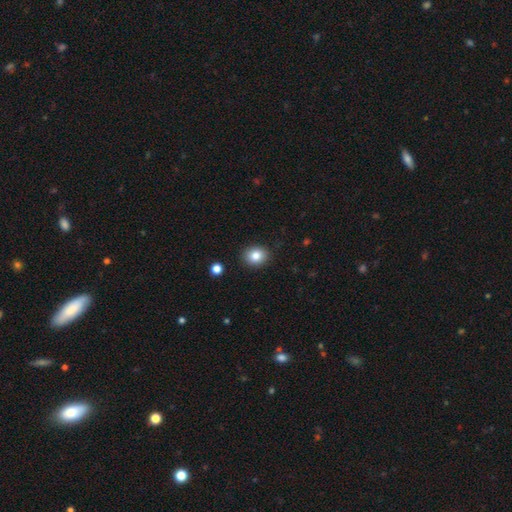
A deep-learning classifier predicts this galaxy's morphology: Smooth or featured: smooth — 84% (star or artifact — 10%)
How rounded: round — 68% (in between — 31%)
Merging: none — 89% (minor disturbance — 7%)